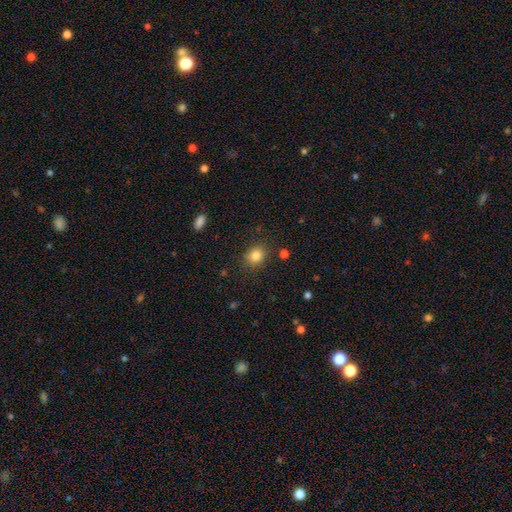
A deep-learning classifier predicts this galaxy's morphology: This is clearly a smooth galaxy (84%). How rounded: likely round (65%). Merging: clearly none (84%).